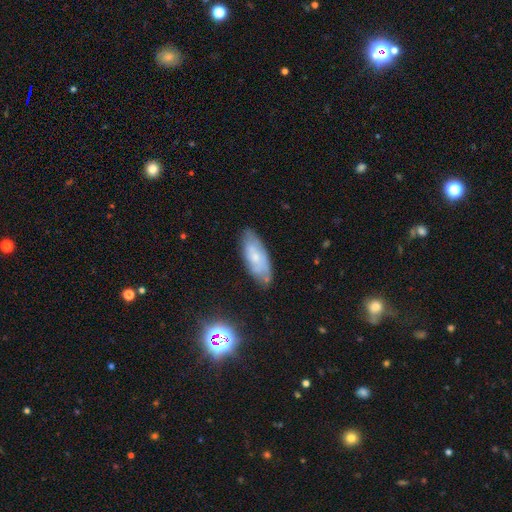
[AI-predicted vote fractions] Smooth or featured? Predicted: smooth (p=0.48). Merging? Predicted: none (p=0.71).